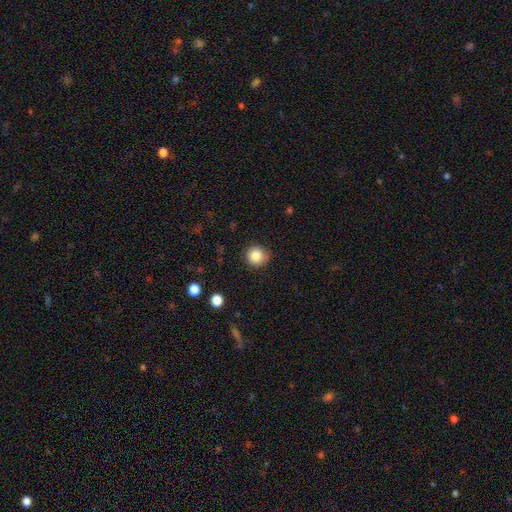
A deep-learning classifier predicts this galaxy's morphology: smooth 84%, star or artifact 10%, featured or disk 6%. Down the decision tree: how rounded — round (94%); merging — none (87%).